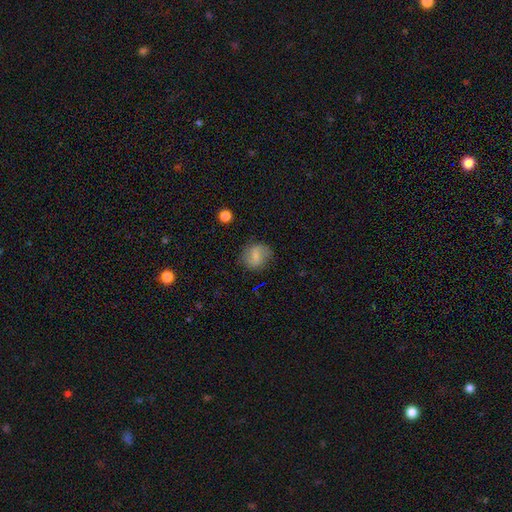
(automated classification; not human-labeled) Morphology: type=smooth (48%); merging=none (75%).